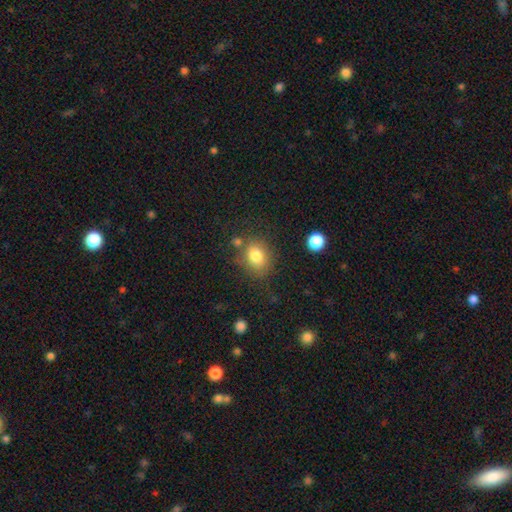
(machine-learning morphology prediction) The model was most divided on "how rounded": round: 51%, in between: 48%, cigar-shaped: 1%. More confident: smooth or featured — smooth (81%); merging — none (72%).